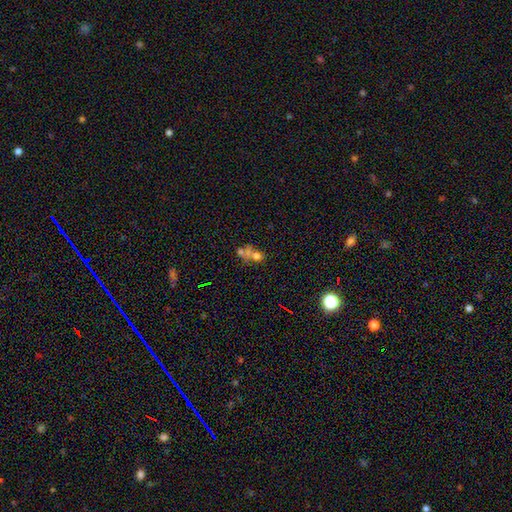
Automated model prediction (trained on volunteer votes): Q: Smooth or featured?
A: smooth (53%); runner-up: star or artifact (24%)
Q: How rounded?
A: round (58%); runner-up: in between (40%)
Q: Merging?
A: merger (52%); runner-up: none (31%)